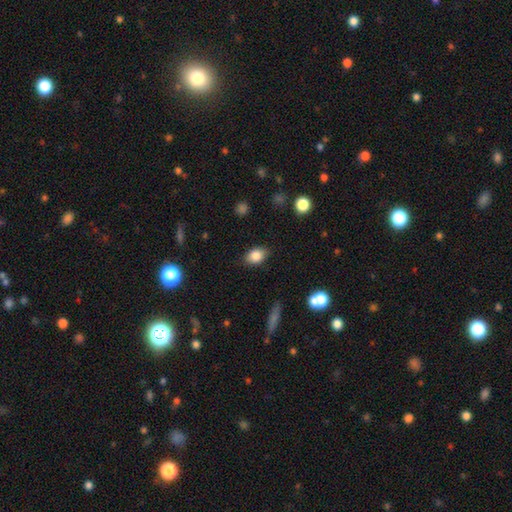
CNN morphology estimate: smooth_or_featured: smooth (p=0.84) [alt: star or artifact p=0.08]
how_rounded: in between (p=0.81) [alt: round p=0.17]
merging: none (p=0.84) [alt: minor disturbance p=0.12]